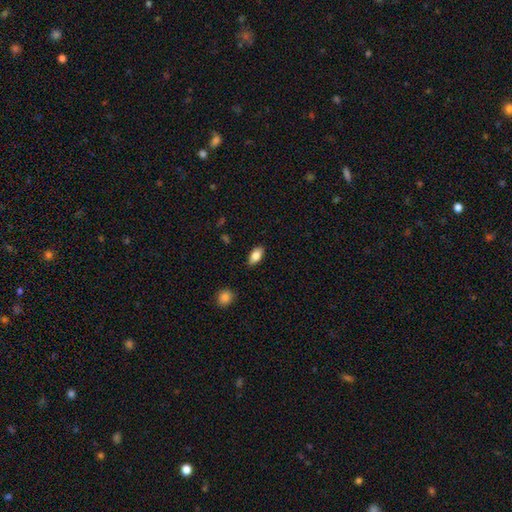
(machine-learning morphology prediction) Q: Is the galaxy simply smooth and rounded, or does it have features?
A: smooth — 82%.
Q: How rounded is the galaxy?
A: in between — 91%.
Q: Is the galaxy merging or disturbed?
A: none — 87%.